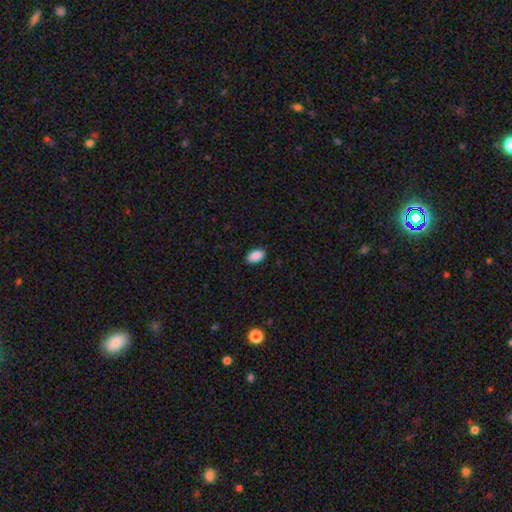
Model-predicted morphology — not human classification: This is clearly a smooth galaxy (90%). How rounded: clearly in between (94%). Merging: clearly none (87%).